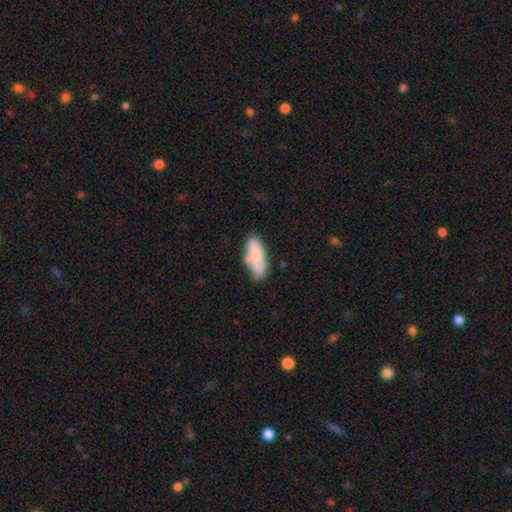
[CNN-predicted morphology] Smooth or featured: smooth — 82% (featured or disk — 12%)
How rounded: in between — 75% (cigar-shaped — 23%)
Merging: none — 62% (minor disturbance — 24%)